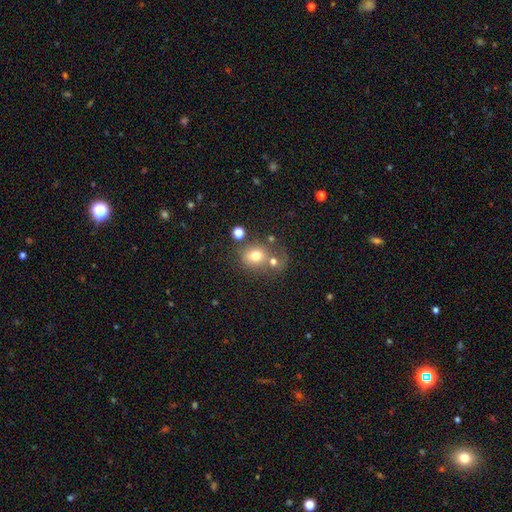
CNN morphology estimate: The model was most divided on "merging": none: 49%, merger: 32%, minor disturbance: 13%, major disturbance: 7%. More confident: smooth or featured — smooth (72%); how rounded — round (65%).